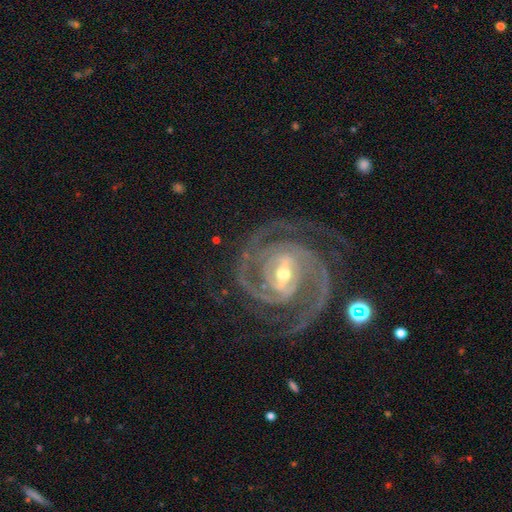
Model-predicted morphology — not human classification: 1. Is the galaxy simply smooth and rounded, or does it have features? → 94% featured or disk, 4% star or artifact, 2% smooth.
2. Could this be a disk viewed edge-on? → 98% no, 2% yes.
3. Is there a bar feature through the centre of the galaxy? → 57% strong, 33% weak, 10% no.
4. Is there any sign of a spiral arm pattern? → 99% yes, 1% no.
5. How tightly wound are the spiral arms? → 64% tight, 32% medium, 3% loose.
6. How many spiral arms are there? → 71% 2, 16% 3, 4% can't tell, 4% 4, 3% 1, 3% more than 4.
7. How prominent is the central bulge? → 48% moderate (tied), 48% small (tied), 2% large, 1% none, 1% dominant.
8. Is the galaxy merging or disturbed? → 77% none, 14% minor disturbance, 7% major disturbance, 2% merger.